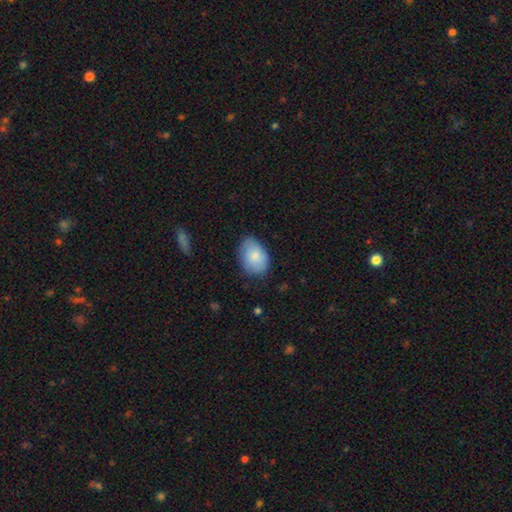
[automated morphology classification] This is clearly a smooth galaxy (82%). How rounded: clearly in between (82%). Merging: likely none (74%).